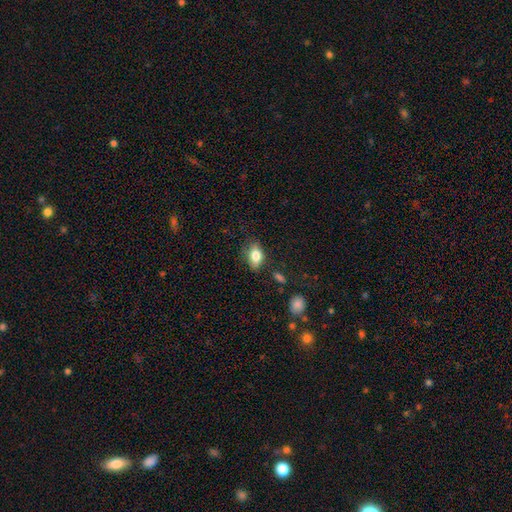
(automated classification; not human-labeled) Overall: smooth (82%). How rounded: in between (85%). Merging: none (75%).